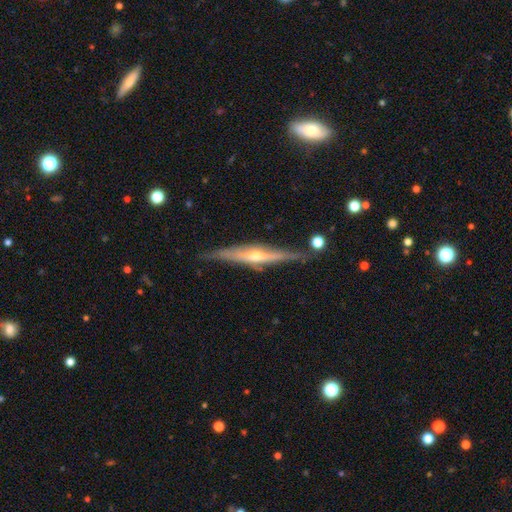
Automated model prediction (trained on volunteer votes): featured or disk 75%, smooth 19%, star or artifact 6%. Down the decision tree: edge-on disk — yes (94%); edge-on bulge — rounded (78%); merging — none (79%).